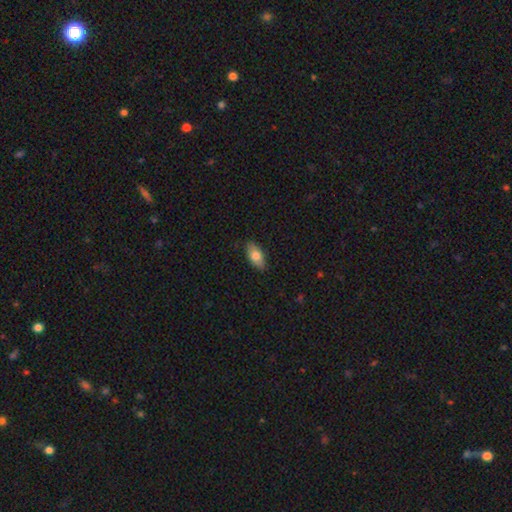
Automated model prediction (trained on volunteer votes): Overall: smooth (75%). How rounded: in between (90%). Merging: none (87%).